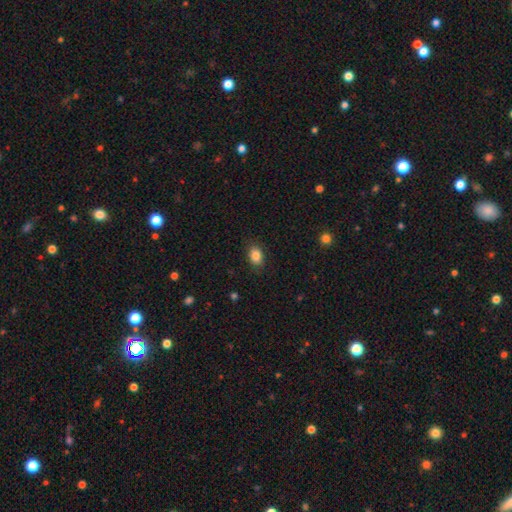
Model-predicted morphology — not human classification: Smooth or featured? Predicted: smooth (p=0.86). How rounded? Predicted: in between (p=0.76). Merging? Predicted: none (p=0.85).